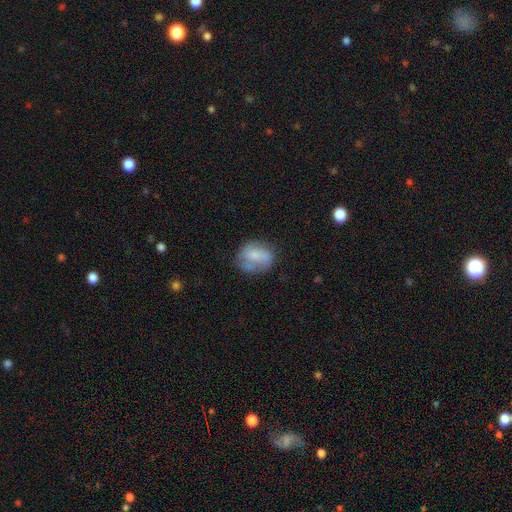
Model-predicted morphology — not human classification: A smooth galaxy with no disk features (64%) that is in between round and cigar-shaped (51%).

Vote fractions:
- Smooth or featured? smooth: 64% / featured or disk: 28% / star or artifact: 8%
- How rounded? in between: 51% / round: 48% / cigar-shaped: 1%
- Merging? none: 49% / minor disturbance: 29% / major disturbance: 14% / merger: 7%